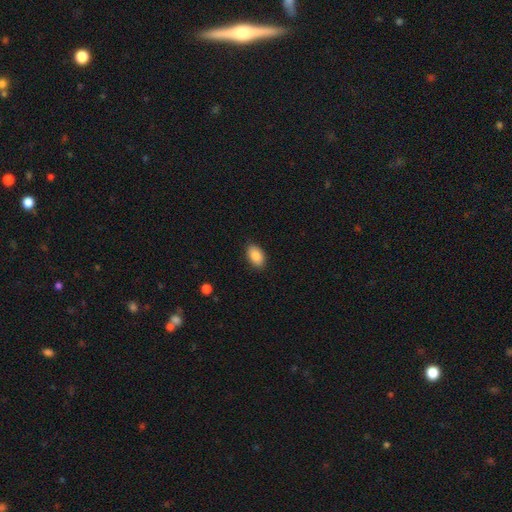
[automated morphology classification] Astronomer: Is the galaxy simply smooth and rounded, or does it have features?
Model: smooth — 88%.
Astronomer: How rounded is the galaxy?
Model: in between — 92%.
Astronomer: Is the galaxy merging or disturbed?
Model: none — 88%.